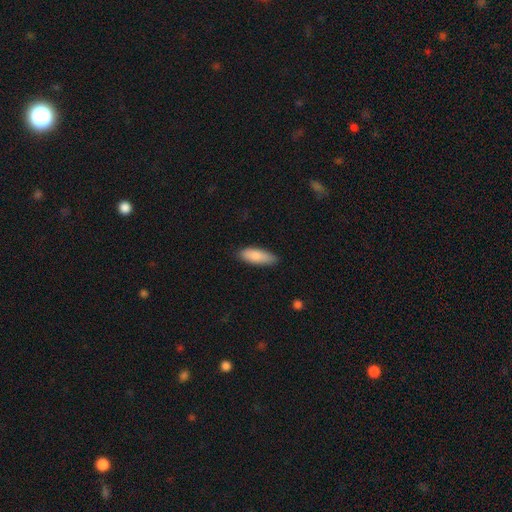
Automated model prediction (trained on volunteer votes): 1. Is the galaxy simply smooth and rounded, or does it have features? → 86% smooth, 8% featured or disk, 6% star or artifact.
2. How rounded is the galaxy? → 64% in between, 35% cigar-shaped, 2% round.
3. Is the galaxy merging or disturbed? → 82% none, 14% minor disturbance, 2% major disturbance, 1% merger.